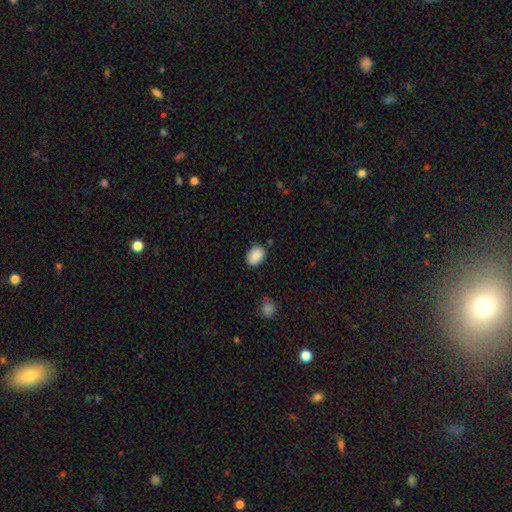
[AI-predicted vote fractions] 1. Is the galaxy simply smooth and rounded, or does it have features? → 89% smooth, 8% star or artifact, 4% featured or disk.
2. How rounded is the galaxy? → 73% in between, 26% round, 1% cigar-shaped.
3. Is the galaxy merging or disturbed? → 82% none, 13% minor disturbance, 3% major disturbance, 2% merger.